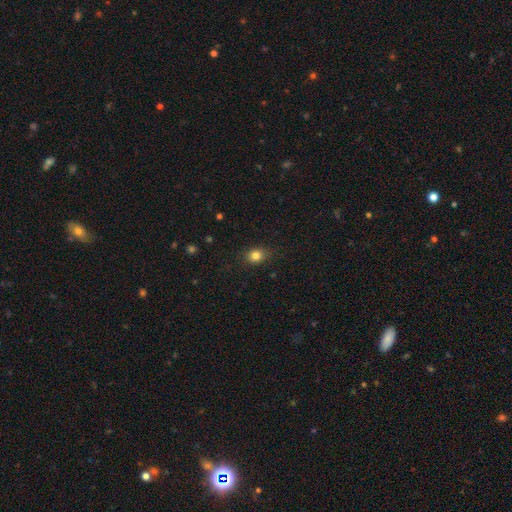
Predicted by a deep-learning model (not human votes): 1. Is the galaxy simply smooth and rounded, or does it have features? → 82% smooth, 12% star or artifact, 6% featured or disk.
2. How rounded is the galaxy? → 55% round, 44% in between, 1% cigar-shaped.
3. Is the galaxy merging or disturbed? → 83% none, 13% minor disturbance, 3% major disturbance, 1% merger.